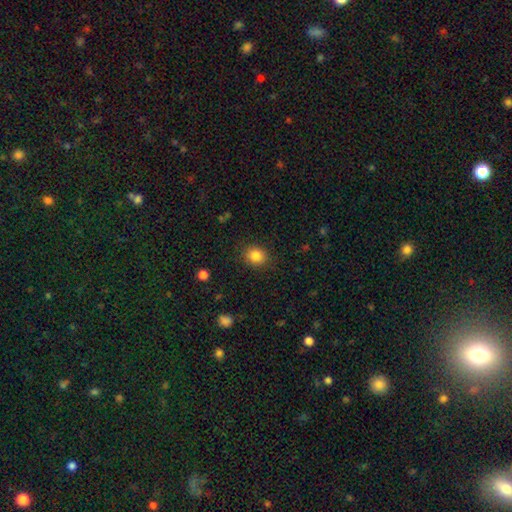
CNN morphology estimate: The model was most divided on "how rounded": round: 69%, in between: 30%, cigar-shaped: 1%. More confident: merging — none (86%); smooth or featured — smooth (85%).